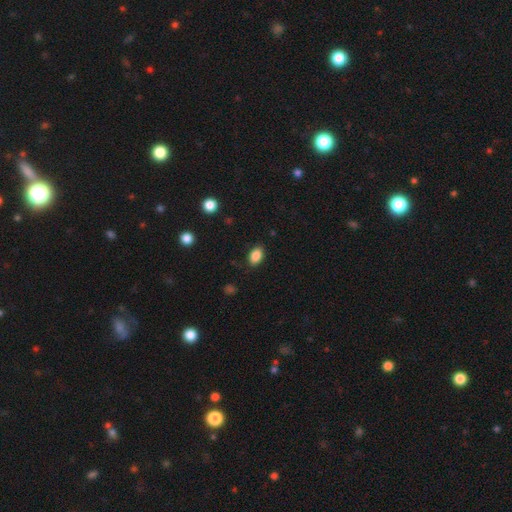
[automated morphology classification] This appears to be a smooth galaxy with no disk features (87%) that is in between round and cigar-shaped (86%). Merging: none (84%).